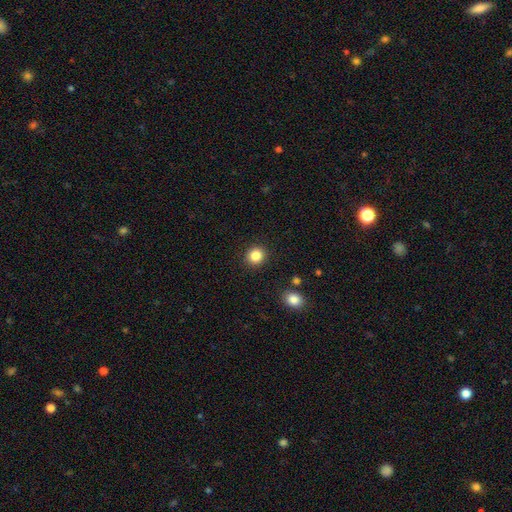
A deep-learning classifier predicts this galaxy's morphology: Smooth or featured? smooth (85%)
How rounded? round (87%)
Merging? none (91%)